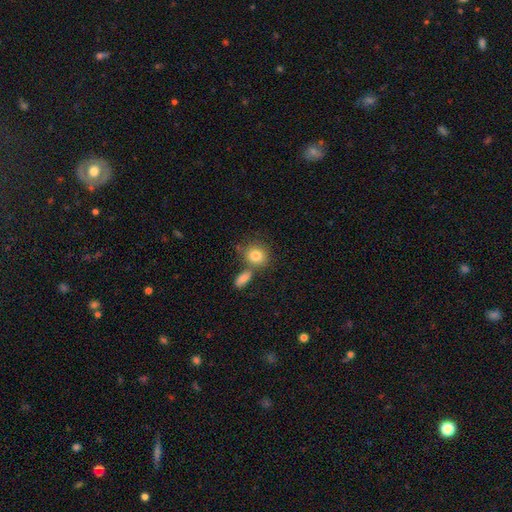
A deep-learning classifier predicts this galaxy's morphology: Smooth or featured?
  - smooth: 83% *
  - featured or disk: 9%
  - star or artifact: 8%
How rounded?
  - round: 68% *
  - in between: 30%
  - cigar-shaped: 1%
Merging?
  - none: 56% *
  - merger: 27%
  - minor disturbance: 12%
  - major disturbance: 4%